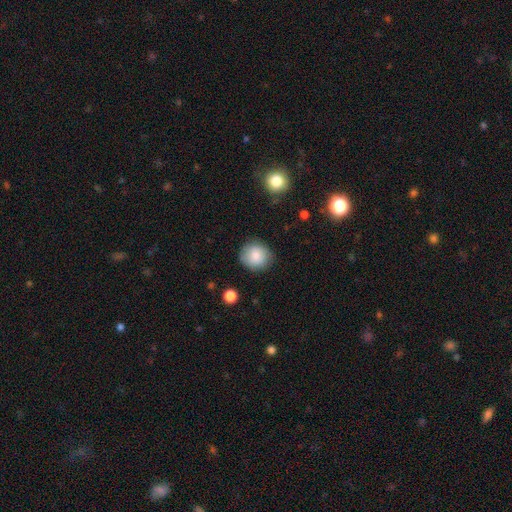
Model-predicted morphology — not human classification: smooth-or-featured: smooth: 83% | featured or disk: 9% | star or artifact: 8%
  how-rounded: round: 83% | in between: 16% | cigar-shaped: 1%
  merging: none: 83% | minor disturbance: 12% | major disturbance: 3% | merger: 1%